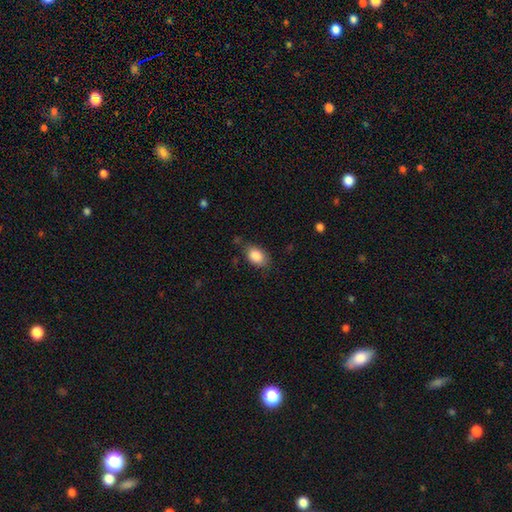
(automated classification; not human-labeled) A smooth galaxy with no disk features (87%) that is in between round and cigar-shaped (86%).

Vote fractions:
- Smooth or featured? smooth: 87% / star or artifact: 8% / featured or disk: 5%
- How rounded? in between: 86% / round: 12% / cigar-shaped: 1%
- Merging? none: 72% / minor disturbance: 20% / major disturbance: 5% / merger: 2%